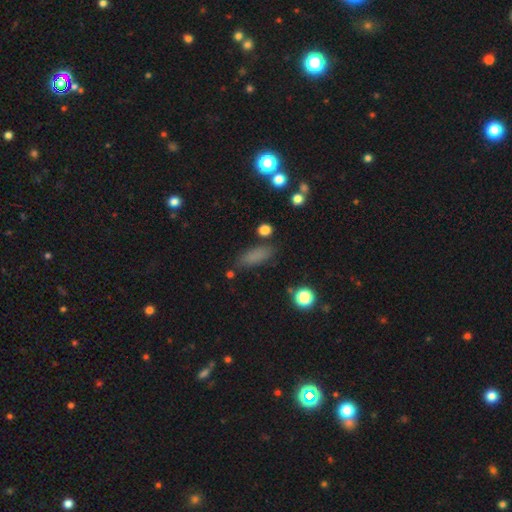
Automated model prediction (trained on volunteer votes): This is likely a smooth galaxy (78%). How rounded: likely in between (62%). Merging: likely none (79%).